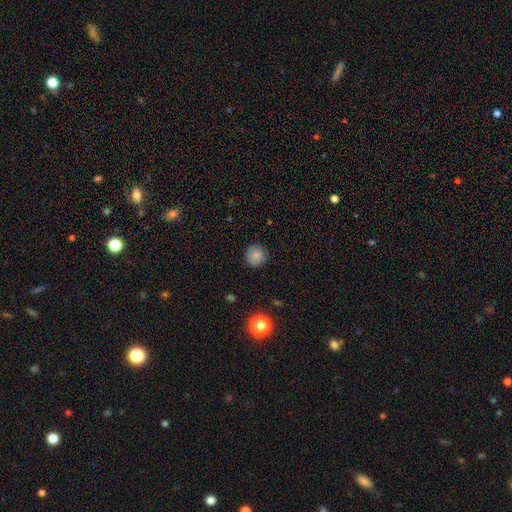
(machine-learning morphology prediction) Smooth or featured? smooth (83%)
How rounded? round (92%)
Merging? none (87%)